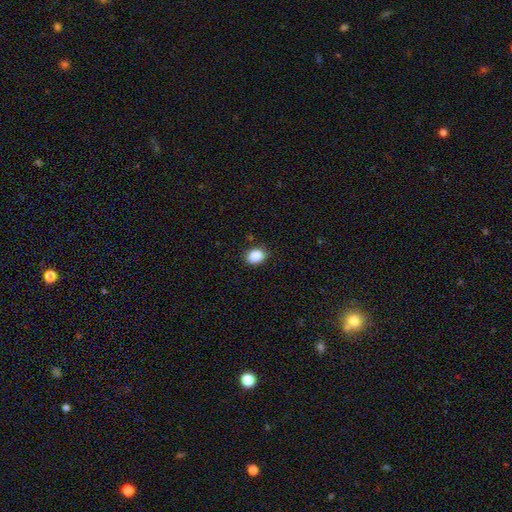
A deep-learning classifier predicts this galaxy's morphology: A smooth galaxy with no disk features (88%) that is in between round and cigar-shaped (58%).

Vote fractions:
- Smooth or featured? smooth: 88% / star or artifact: 9% / featured or disk: 3%
- How rounded? in between: 58% / round: 41% / cigar-shaped: 1%
- Merging? none: 84% / minor disturbance: 12% / major disturbance: 3% / merger: 1%